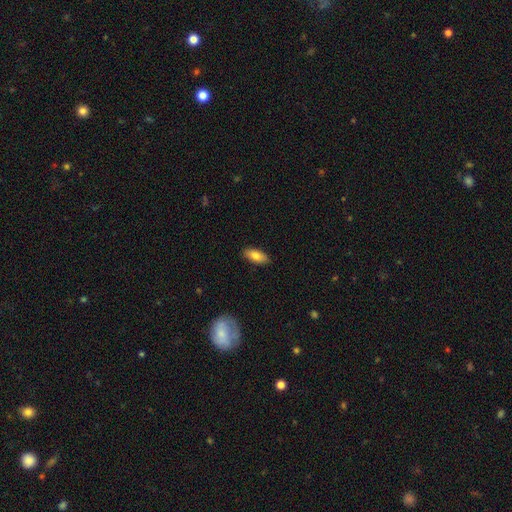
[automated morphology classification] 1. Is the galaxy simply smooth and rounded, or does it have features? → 81% smooth, 12% featured or disk, 7% star or artifact.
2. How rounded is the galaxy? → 85% in between, 13% cigar-shaped, 2% round.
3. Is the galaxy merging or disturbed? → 87% none, 10% minor disturbance, 2% major disturbance, 1% merger.